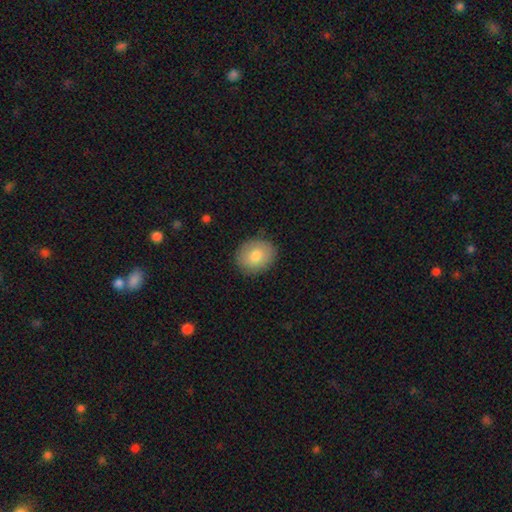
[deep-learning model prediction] Morphology: type=smooth (79%); roundness=round (60%); merging=none (87%).